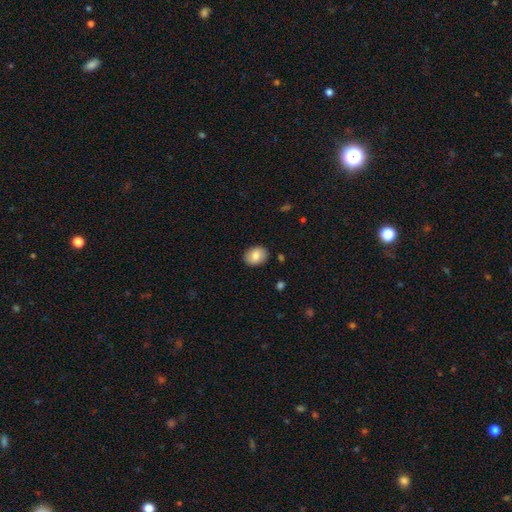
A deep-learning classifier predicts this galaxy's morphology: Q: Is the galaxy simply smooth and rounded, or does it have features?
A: smooth — 81%.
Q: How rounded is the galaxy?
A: in between — 58%.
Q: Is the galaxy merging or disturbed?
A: none — 89%.